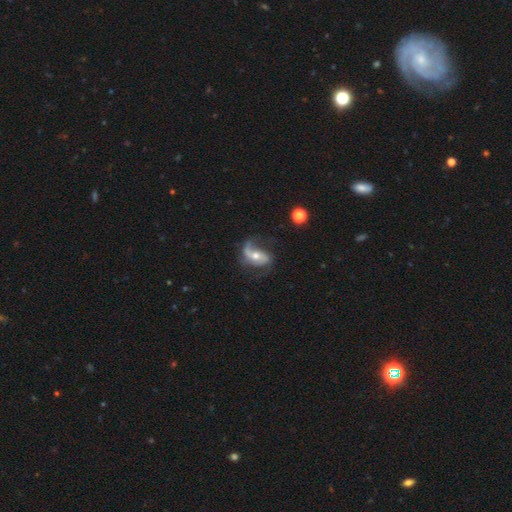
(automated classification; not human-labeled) Overall: featured or disk (78%). Edge-on disk: no (95%). Bar: no (47%; weak 31%). Spiral arms: yes (91%). Spiral arm count: 2 (75%). Spiral winding: loose (65%; medium 27%). Bulge size: moderate (60%; small 34%). Merging: none (53%; minor disturbance 24%).